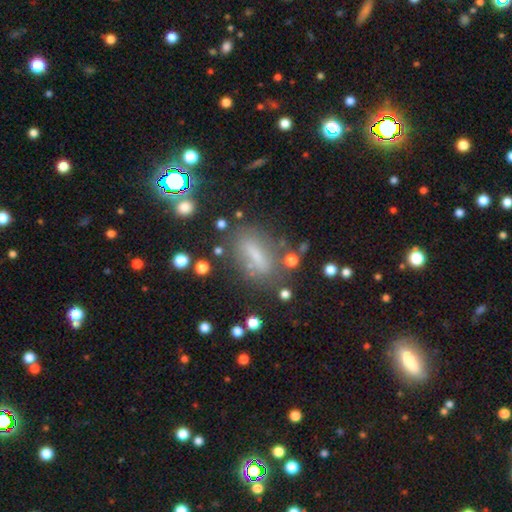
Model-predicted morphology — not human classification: A smooth galaxy with no disk features (60%) that is in between round and cigar-shaped (60%). Merging: none (68%).